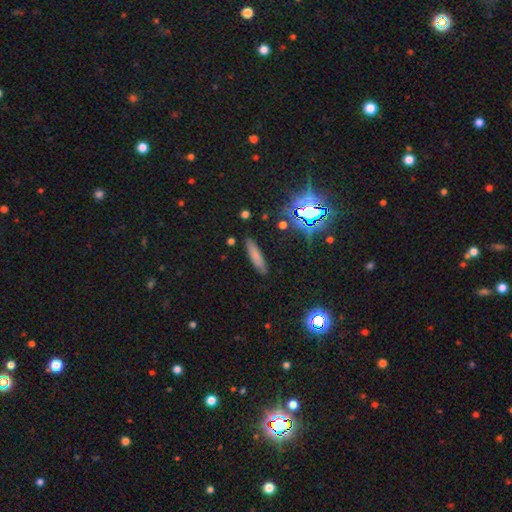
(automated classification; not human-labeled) A smooth galaxy with no disk features (71%) that is cigar-shaped (77%). Merging: none (87%).